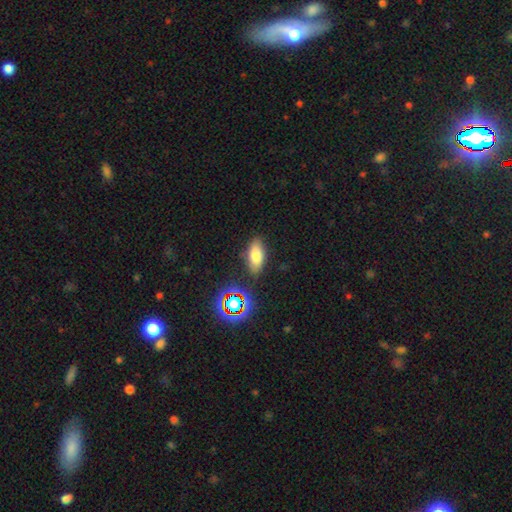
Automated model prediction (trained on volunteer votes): smooth 75%, star or artifact 14%, featured or disk 11%. Down the decision tree: how rounded — in between (85%); merging — none (81%).